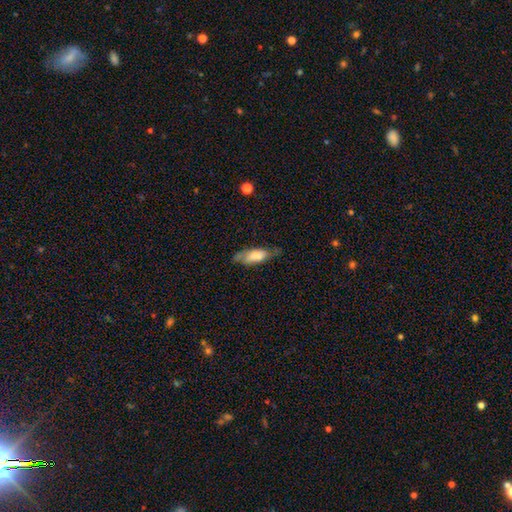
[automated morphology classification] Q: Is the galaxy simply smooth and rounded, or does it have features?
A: smooth — 65%.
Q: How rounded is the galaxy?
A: in between — 66%.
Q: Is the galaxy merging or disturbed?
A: none — 58%.